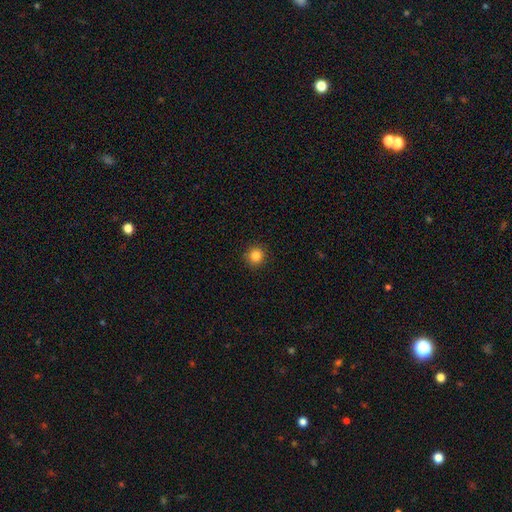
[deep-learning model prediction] Q: Smooth or featured?
A: smooth (84%); runner-up: star or artifact (11%)
Q: How rounded?
A: round (93%); runner-up: in between (7%)
Q: Merging?
A: none (91%); runner-up: minor disturbance (6%)